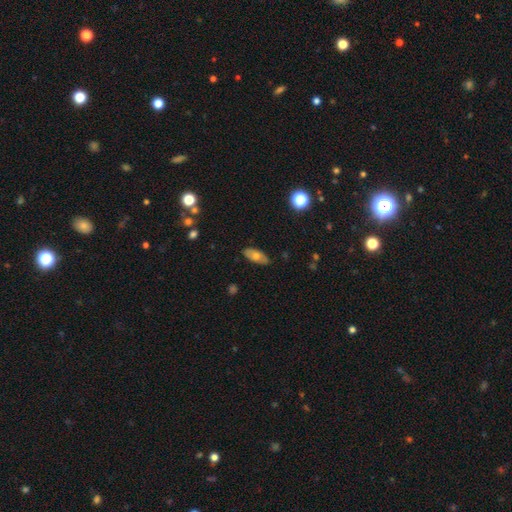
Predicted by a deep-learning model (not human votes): A smooth galaxy with no disk features (59%) that is in between round and cigar-shaped (89%). Merging: none (82%).